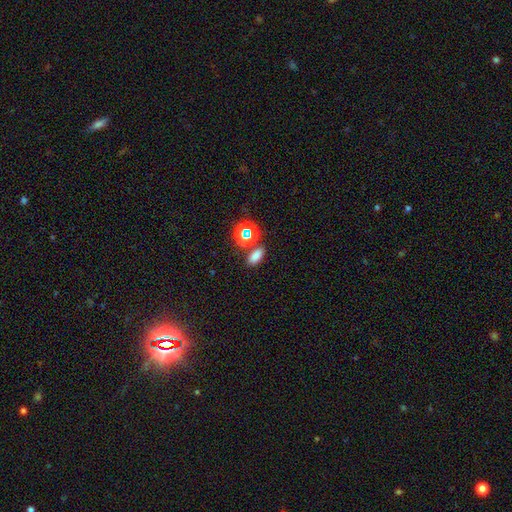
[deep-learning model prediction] Q: Smooth or featured?
A: smooth (72%); runner-up: star or artifact (21%)
Q: How rounded?
A: in between (81%); runner-up: round (13%)
Q: Merging?
A: none (76%); runner-up: merger (10%)